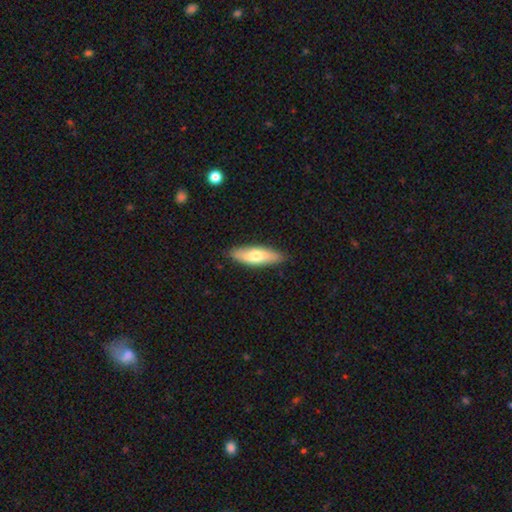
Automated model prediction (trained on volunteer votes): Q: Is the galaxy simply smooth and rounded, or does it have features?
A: smooth — 65%.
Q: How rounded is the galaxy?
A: cigar-shaped — 51%.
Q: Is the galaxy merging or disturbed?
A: none — 86%.